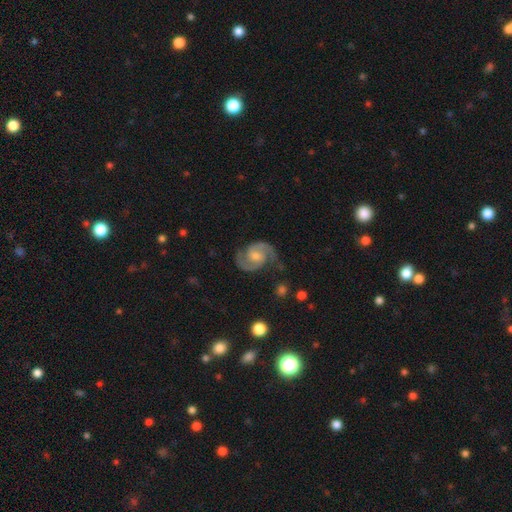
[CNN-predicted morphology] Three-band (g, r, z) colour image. It shows a featured or disk galaxy (91%) with no bar (50%), 2 (94%) medium (58%) spiral arms (98%) and a moderate central bulge (54%). Merging: none (81%).